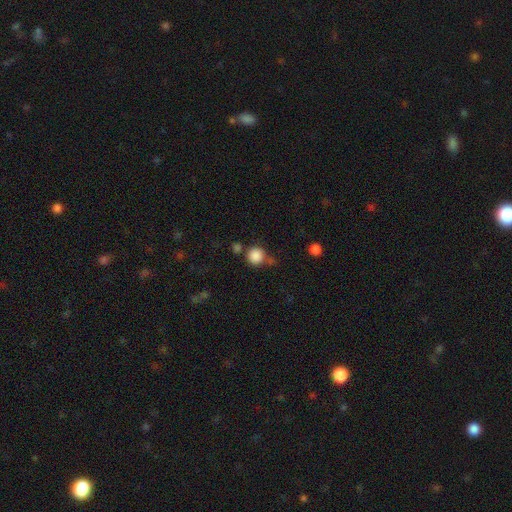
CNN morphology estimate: smooth_or_featured: smooth (p=0.86) [alt: star or artifact p=0.10]
how_rounded: round (p=0.94) [alt: in between p=0.05]
merging: none (p=0.71) [alt: minor disturbance p=0.13]